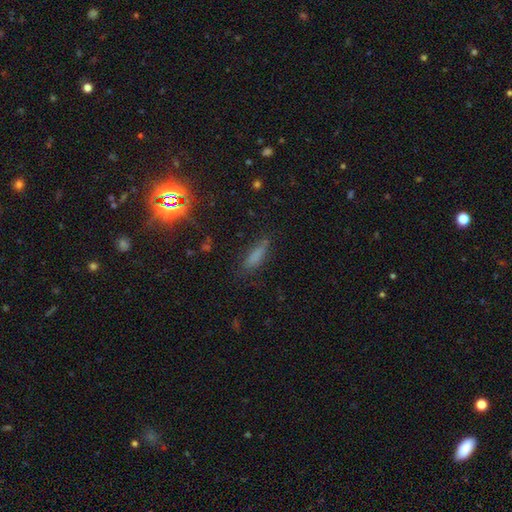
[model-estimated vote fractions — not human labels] smooth-or-featured: smooth: 69% | star or artifact: 19% | featured or disk: 12%
  how-rounded: cigar-shaped: 59% | in between: 38% | round: 3%
  merging: none: 72% | minor disturbance: 19% | major disturbance: 6% | merger: 2%